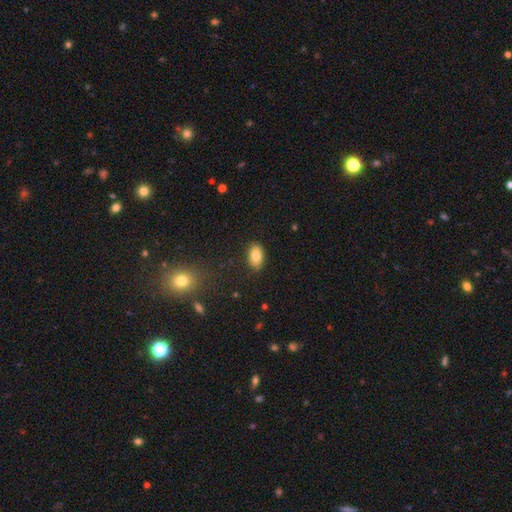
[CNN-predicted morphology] A smooth galaxy with no disk features (82%) that is in between round and cigar-shaped (91%).

Vote fractions:
- Smooth or featured? smooth: 82% / featured or disk: 9% / star or artifact: 8%
- How rounded? in between: 91% / round: 7% / cigar-shaped: 2%
- Merging? none: 87% / minor disturbance: 10% / major disturbance: 2% / merger: 1%